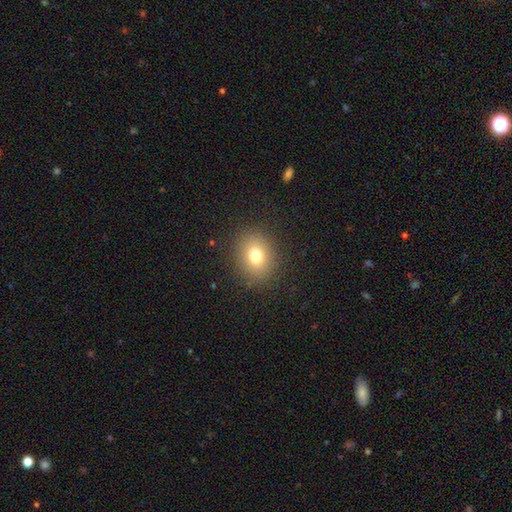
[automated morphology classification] This is likely a smooth galaxy (75%). How rounded: likely round (60%). Merging: clearly none (88%).